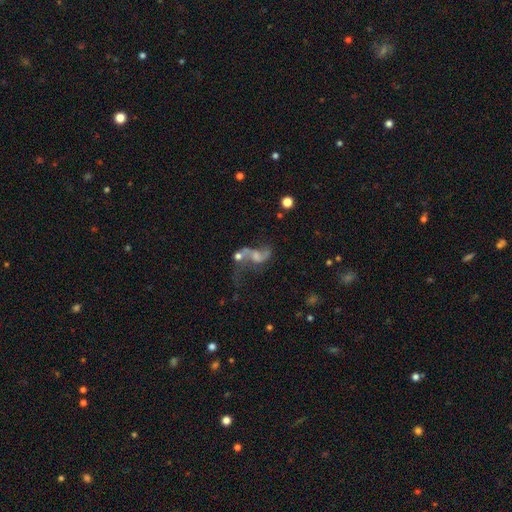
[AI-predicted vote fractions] Smooth or featured? featured or disk (74%)
Edge-on disk? no (97%)
Bar? no (53%)
Spiral arms? yes (86%)
Spiral winding? loose (84%)
Spiral arm count? 2 (81%)
Bulge size? small (33%)
Merging? merger (32%)